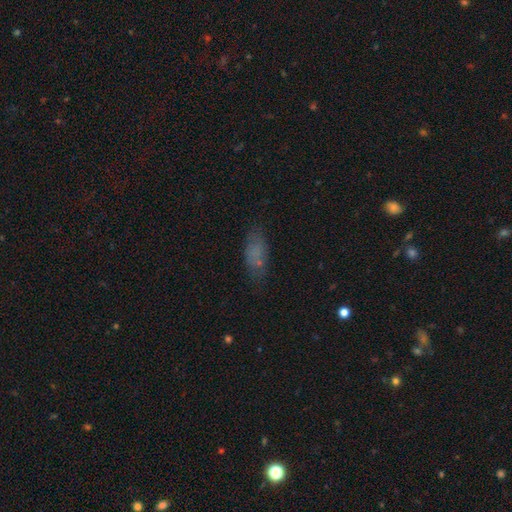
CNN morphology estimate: Smooth or featured: smooth — 64% (featured or disk — 18%)
How rounded: in between — 74% (cigar-shaped — 22%)
Merging: none — 71% (minor disturbance — 18%)